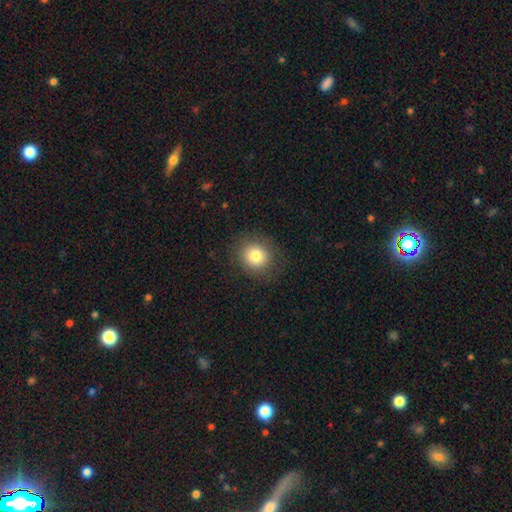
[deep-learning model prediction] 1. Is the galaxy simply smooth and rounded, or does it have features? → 80% smooth, 11% star or artifact, 9% featured or disk.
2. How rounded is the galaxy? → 85% round, 14% in between, 1% cigar-shaped.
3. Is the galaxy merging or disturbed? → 87% none, 8% minor disturbance, 4% major disturbance, 1% merger.